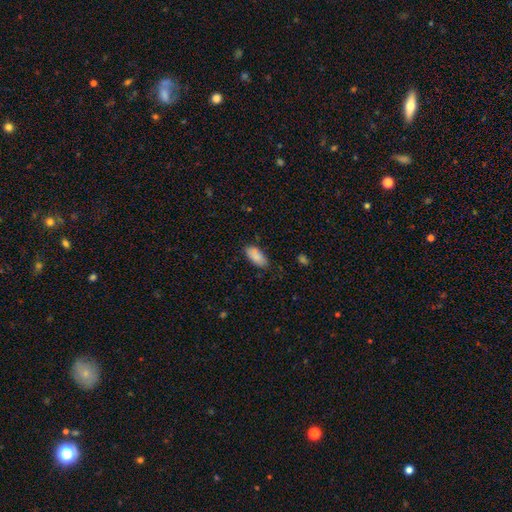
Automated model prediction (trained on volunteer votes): smooth_or_featured: smooth (p=0.85) [alt: featured or disk p=0.08]
how_rounded: in between (p=0.90) [alt: cigar-shaped p=0.08]
merging: none (p=0.76) [alt: minor disturbance p=0.18]